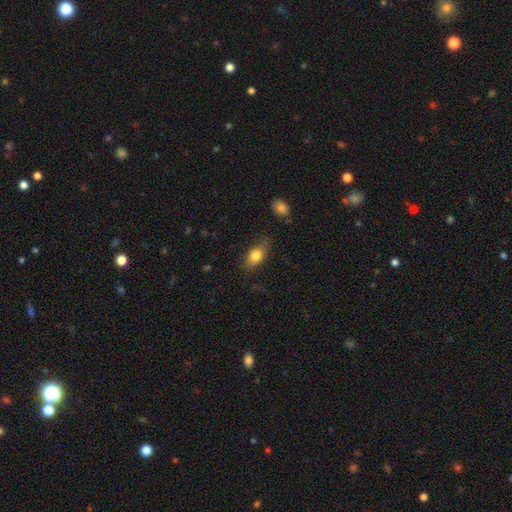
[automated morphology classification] Smooth or featured? Predicted: smooth (p=0.79). How rounded? Predicted: in between (p=0.82). Merging? Predicted: none (p=0.75).